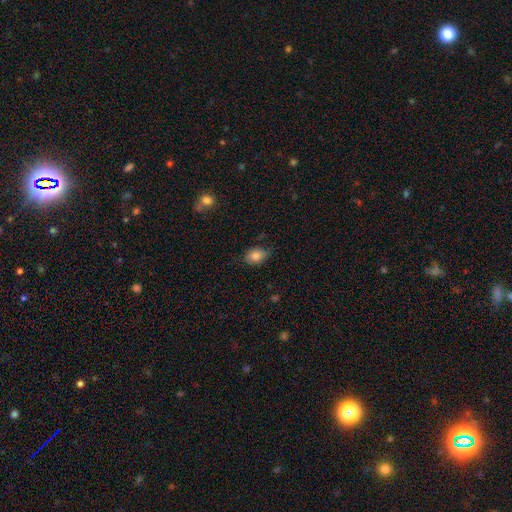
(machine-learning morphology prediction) Smooth or featured? smooth (84%)
How rounded? in between (73%)
Merging? none (77%)